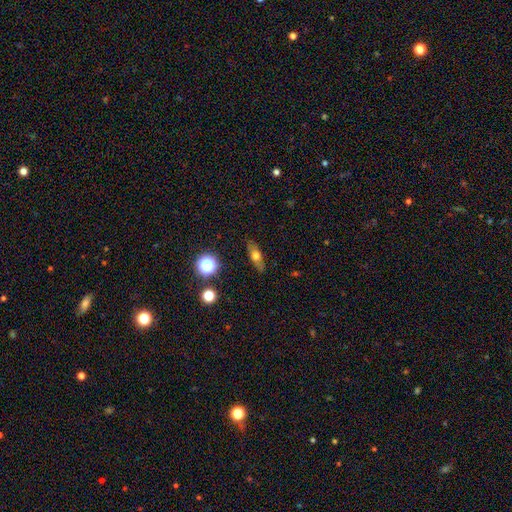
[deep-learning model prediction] Overall: smooth (56%; featured or disk 33%). How rounded: in between (51%; cigar-shaped 37%). Merging: none (85%).